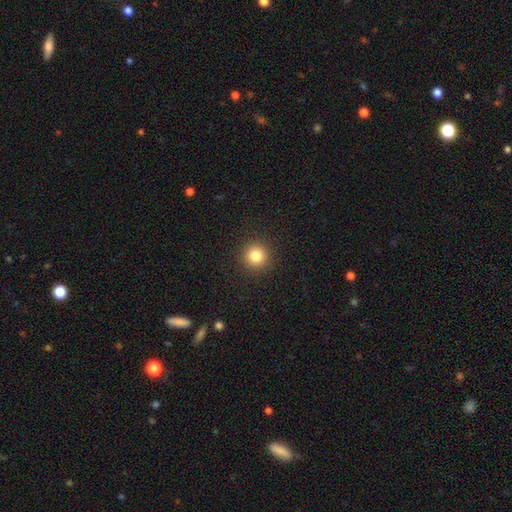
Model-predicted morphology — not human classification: This appears to be a smooth galaxy with no disk features (82%) that is round (95%). Merging: none (92%).